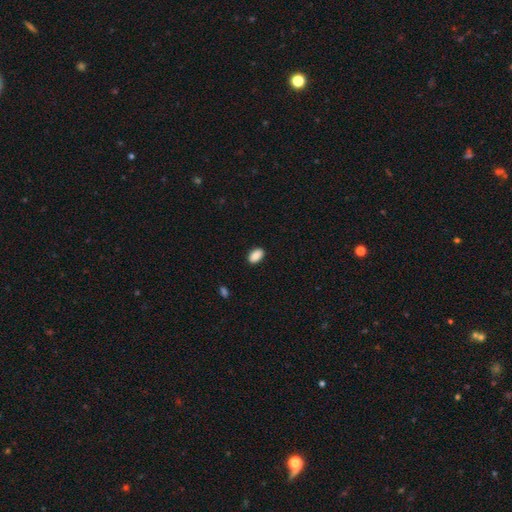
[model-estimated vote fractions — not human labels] Smooth or featured?
  - smooth: 90% *
  - star or artifact: 7%
  - featured or disk: 3%
How rounded?
  - in between: 92% *
  - round: 6%
  - cigar-shaped: 2%
Merging?
  - none: 88% *
  - minor disturbance: 9%
  - major disturbance: 2%
  - merger: 1%